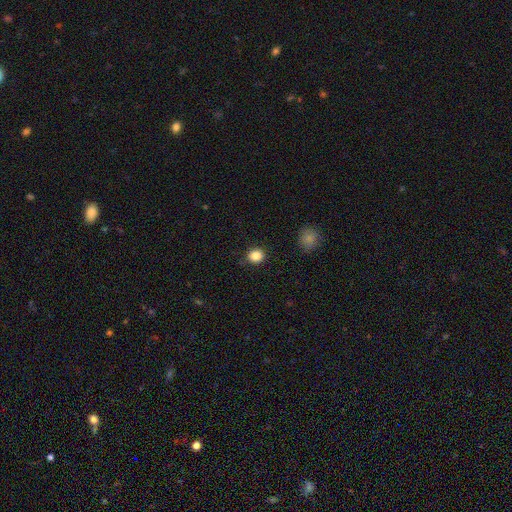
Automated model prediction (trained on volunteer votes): The model was most divided on "how rounded": round: 78%, in between: 21%, cigar-shaped: 1%. More confident: merging — none (88%); smooth or featured — smooth (86%).